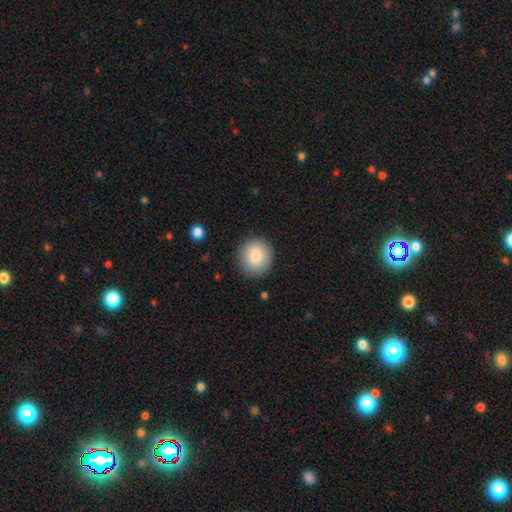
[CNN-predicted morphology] Q: Smooth or featured?
A: smooth (84%); runner-up: featured or disk (9%)
Q: How rounded?
A: round (83%); runner-up: in between (16%)
Q: Merging?
A: none (87%); runner-up: minor disturbance (9%)